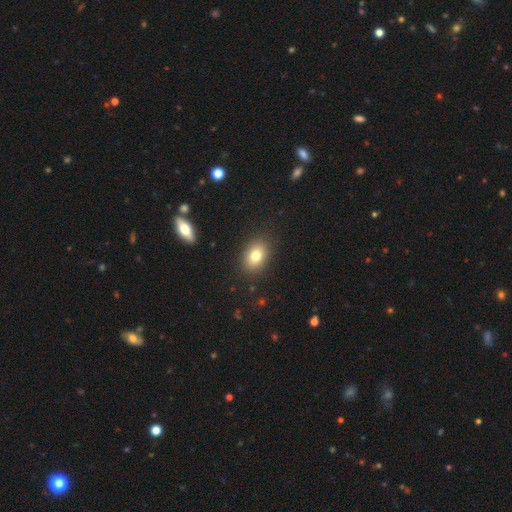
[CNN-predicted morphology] This appears to be a smooth galaxy with no disk features (78%) that is in between round and cigar-shaped (74%). Merging: none (87%).